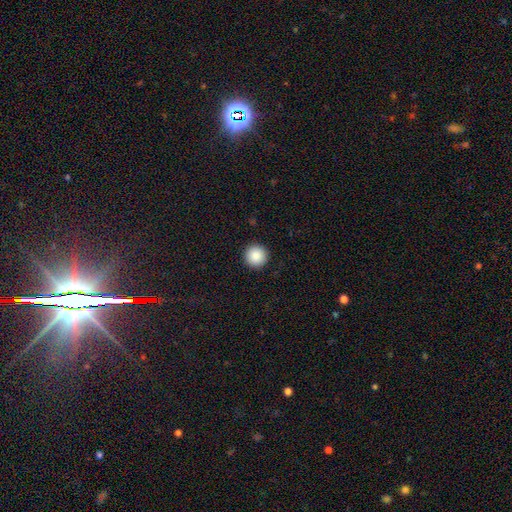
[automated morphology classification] A smooth galaxy with no disk features (88%) that is round (97%). Merging: none (93%).